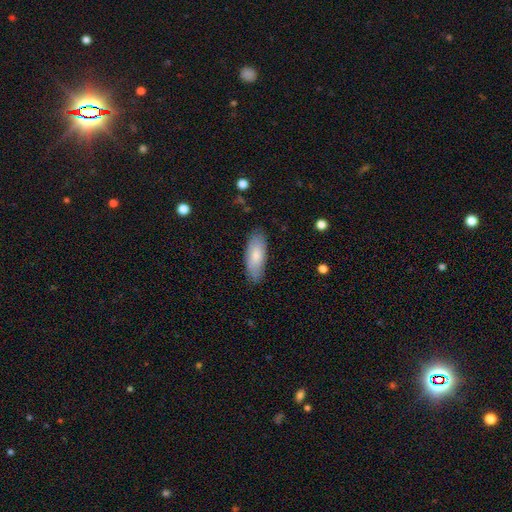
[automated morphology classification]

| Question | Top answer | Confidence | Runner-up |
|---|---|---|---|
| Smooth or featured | smooth | 79% | featured or disk (16%) |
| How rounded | in between | 79% | cigar-shaped (19%) |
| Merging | none | 82% | minor disturbance (14%) |